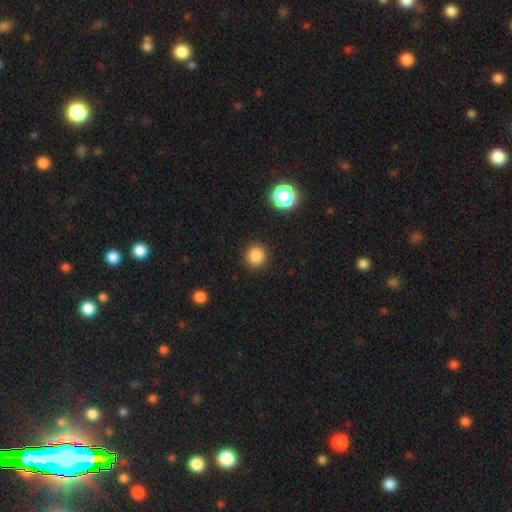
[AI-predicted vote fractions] Smooth or featured?
  - smooth: 84% *
  - star or artifact: 12%
  - featured or disk: 3%
How rounded?
  - round: 94% *
  - in between: 5%
  - cigar-shaped: 1%
Merging?
  - none: 91% *
  - minor disturbance: 5%
  - major disturbance: 2%
  - merger: 1%